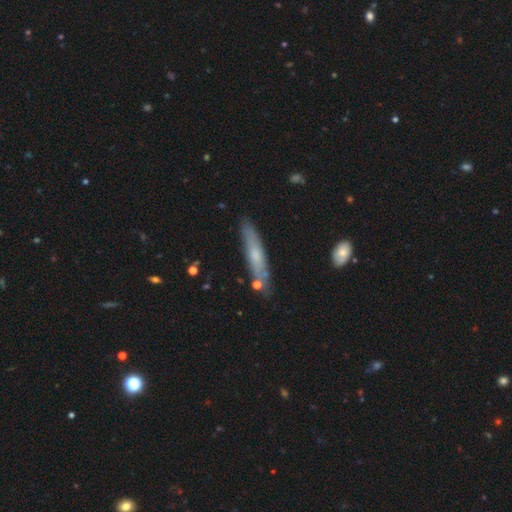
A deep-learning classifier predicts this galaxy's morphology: Q: Smooth or featured?
A: smooth (51%); runner-up: featured or disk (42%)
Q: How rounded?
A: cigar-shaped (87%); runner-up: in between (11%)
Q: Merging?
A: none (79%); runner-up: minor disturbance (14%)